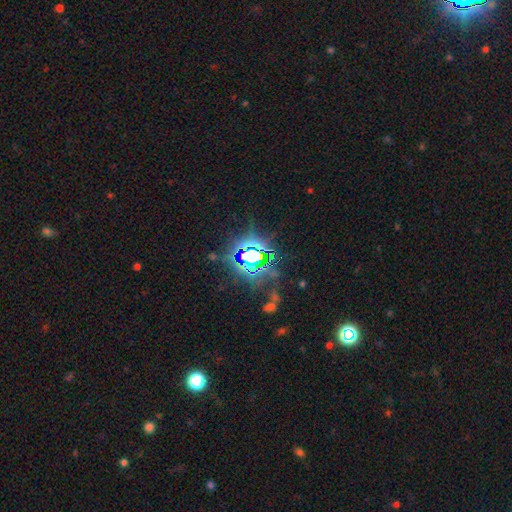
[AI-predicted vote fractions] Q: Smooth or featured?
A: star or artifact (81%); runner-up: smooth (10%)